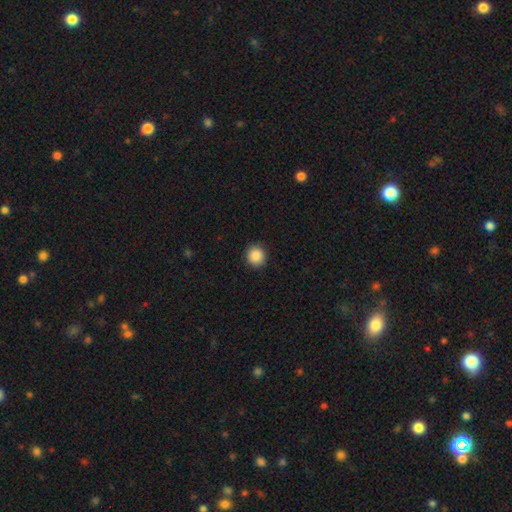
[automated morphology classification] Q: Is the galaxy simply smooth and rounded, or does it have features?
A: smooth — 88%.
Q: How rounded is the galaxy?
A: round — 92%.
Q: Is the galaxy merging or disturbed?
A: none — 91%.